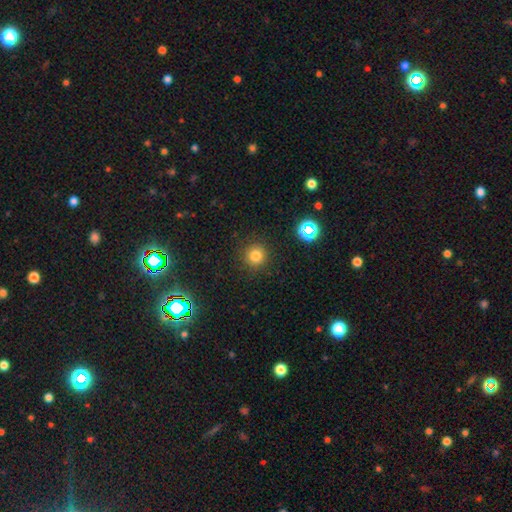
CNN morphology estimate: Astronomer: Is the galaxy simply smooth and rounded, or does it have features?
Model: smooth — 78%.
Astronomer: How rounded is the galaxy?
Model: round — 94%.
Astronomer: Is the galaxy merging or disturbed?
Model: none — 90%.